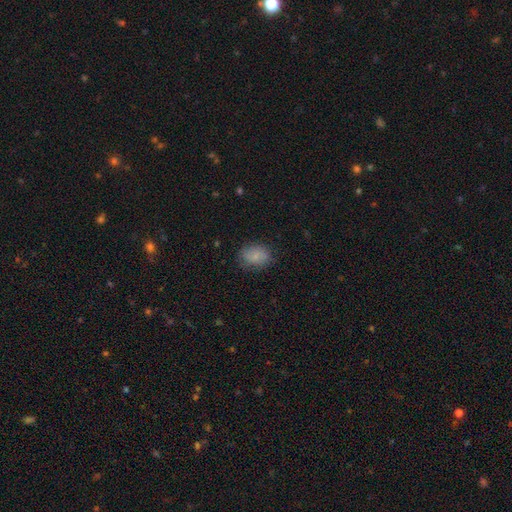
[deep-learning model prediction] smooth-or-featured: smooth: 81% | featured or disk: 10% | star or artifact: 9%
  how-rounded: in between: 71% | round: 27% | cigar-shaped: 1%
  merging: none: 77% | minor disturbance: 17% | major disturbance: 5% | merger: 1%